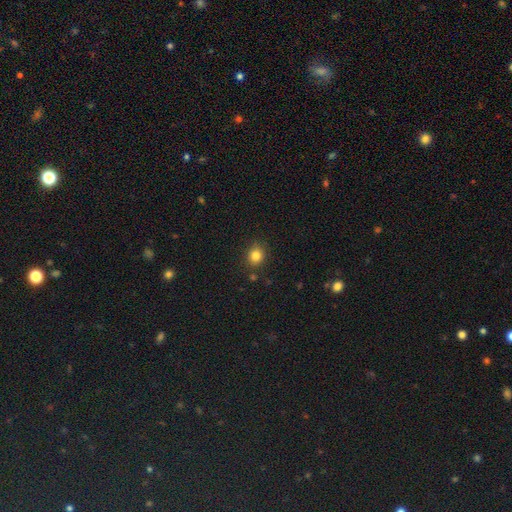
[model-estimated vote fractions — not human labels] The model was most divided on "how rounded": round: 73%, in between: 26%, cigar-shaped: 1%. More confident: merging — none (85%); smooth or featured — smooth (83%).